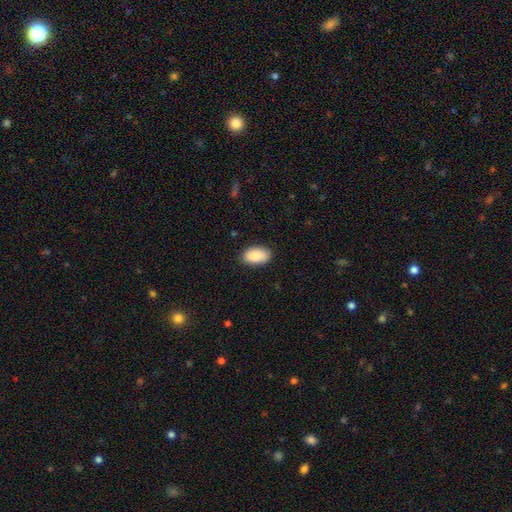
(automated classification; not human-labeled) smooth 90%, star or artifact 6%, featured or disk 4%. Down the decision tree: how rounded — in between (94%); merging — none (87%).